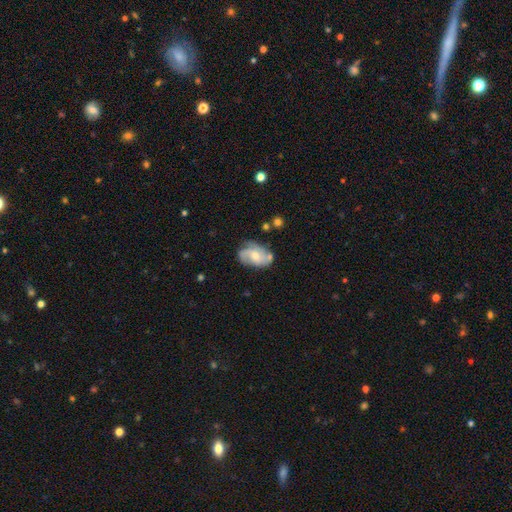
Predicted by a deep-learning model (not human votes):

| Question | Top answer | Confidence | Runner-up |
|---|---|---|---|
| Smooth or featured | featured or disk | 70% | smooth (24%) |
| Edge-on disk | no | 97% | yes (3%) |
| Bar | no | 62% | weak (33%) |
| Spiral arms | yes | 90% | no (10%) |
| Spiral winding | medium | 45% | tight (28%) |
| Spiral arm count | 2 | 39% | 3 (28%) |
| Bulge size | moderate | 52% | small (39%) |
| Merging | none | 59% | minor disturbance (25%) |